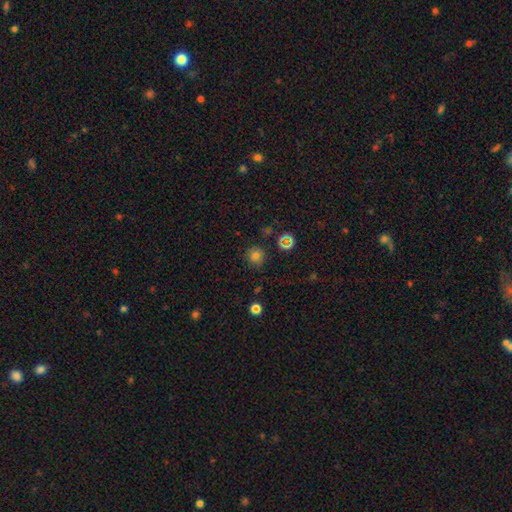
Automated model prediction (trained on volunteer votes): A smooth galaxy with no disk features (74%) that is round (92%). Merging: none (86%).